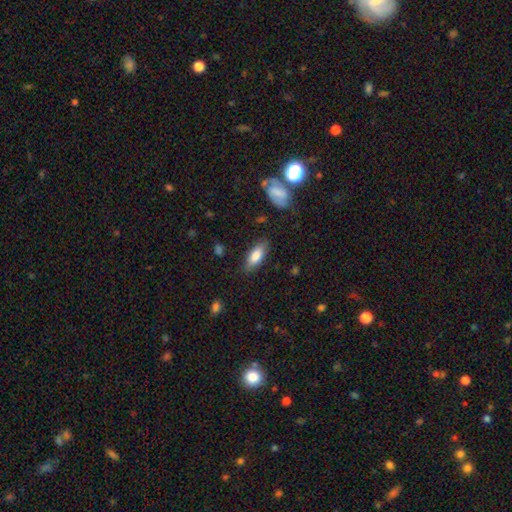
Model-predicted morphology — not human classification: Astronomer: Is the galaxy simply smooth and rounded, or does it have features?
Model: smooth — 80%.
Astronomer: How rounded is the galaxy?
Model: in between — 73%.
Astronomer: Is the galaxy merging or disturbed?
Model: none — 82%.